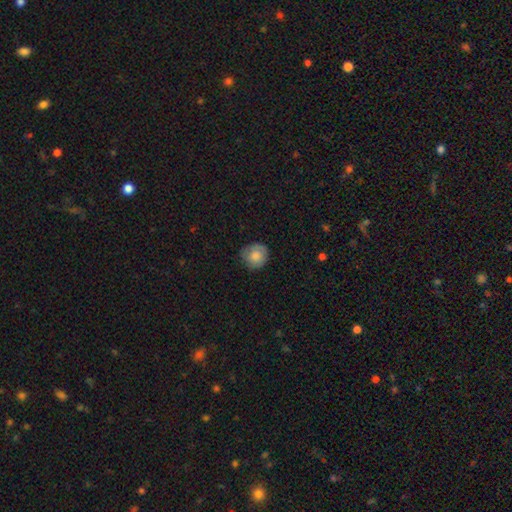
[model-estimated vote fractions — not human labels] This appears to be a smooth galaxy with no disk features (77%) that is round (87%). Merging: none (74%).